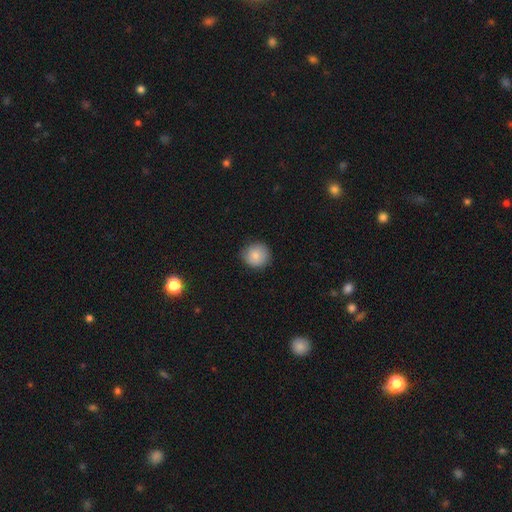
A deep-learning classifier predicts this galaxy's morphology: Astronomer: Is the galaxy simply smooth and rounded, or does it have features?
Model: smooth — 84%.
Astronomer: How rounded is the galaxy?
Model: round — 90%.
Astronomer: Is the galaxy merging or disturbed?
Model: none — 85%.